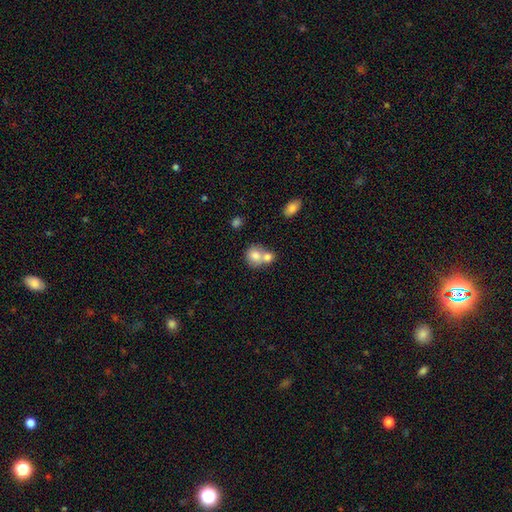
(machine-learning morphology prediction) A smooth galaxy with no disk features (76%) that is round (76%). Merging: merger (59%).